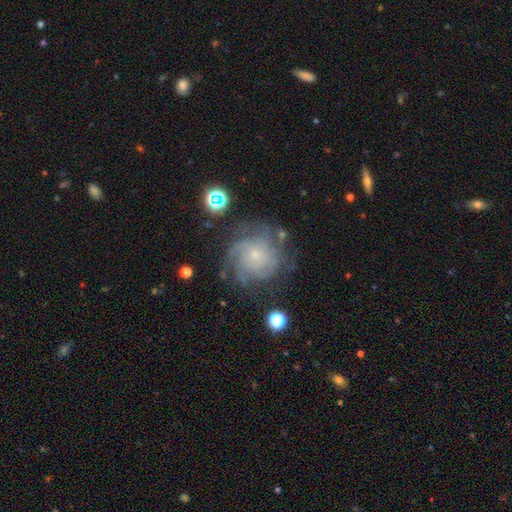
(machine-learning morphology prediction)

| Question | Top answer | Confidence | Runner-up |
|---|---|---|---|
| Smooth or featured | featured or disk | 73% | smooth (16%) |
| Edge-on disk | no | 98% | yes (2%) |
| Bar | no | 83% | weak (15%) |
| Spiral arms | yes | 91% | no (9%) |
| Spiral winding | tight | 64% | medium (27%) |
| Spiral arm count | can't tell | 40% | 4 (19%) |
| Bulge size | small | 80% | moderate (13%) |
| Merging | none | 70% | minor disturbance (17%) |